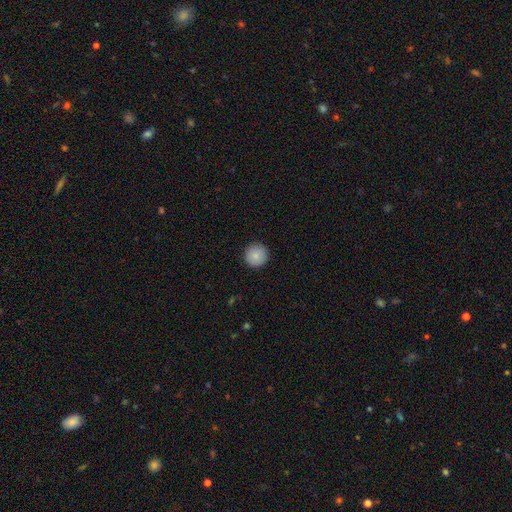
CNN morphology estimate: This appears to be a smooth galaxy with no disk features (87%) that is round (96%). Merging: none (92%).